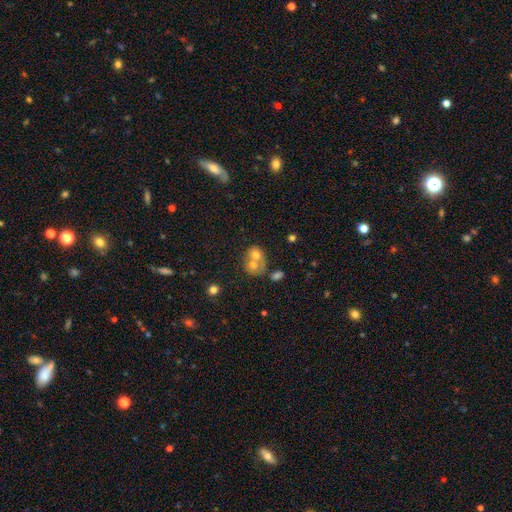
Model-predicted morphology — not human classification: type=smooth (64%); roundness=round (60%); merging=merger (68%).